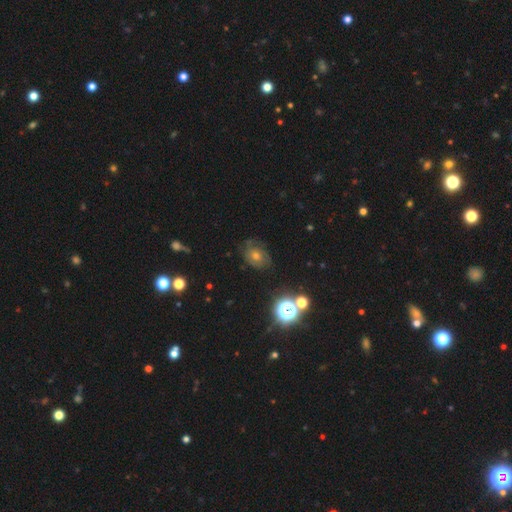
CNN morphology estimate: type=featured or disk (39%); merging=none (72%).